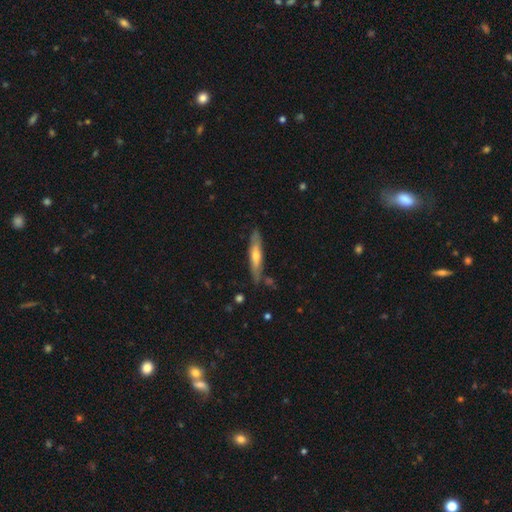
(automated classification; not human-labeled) This is possibly a featured or disk galaxy (56%). It is clearly viewed edge-on (85%). Merging: clearly none (81%).